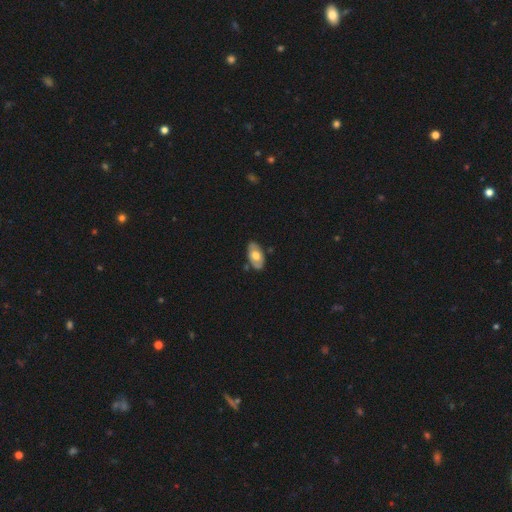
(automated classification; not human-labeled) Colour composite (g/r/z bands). It shows a smooth galaxy with no disk features (53%) that is in between round and cigar-shaped (93%). Merging: none (81%).